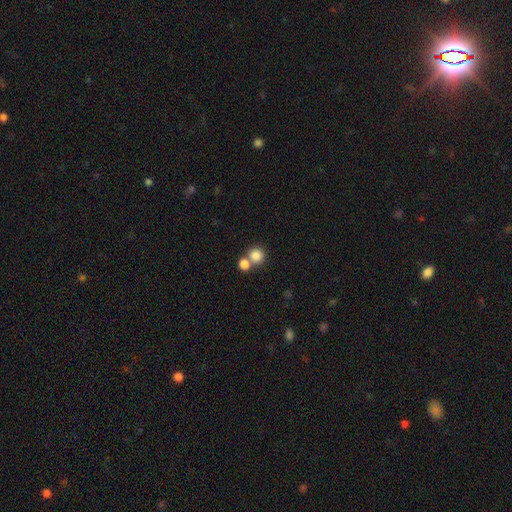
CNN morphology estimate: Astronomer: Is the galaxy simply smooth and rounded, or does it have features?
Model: smooth — 83%.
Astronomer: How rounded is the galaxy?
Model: round — 89%.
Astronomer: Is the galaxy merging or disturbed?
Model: none — 51% (runner-up: merger, 40%).